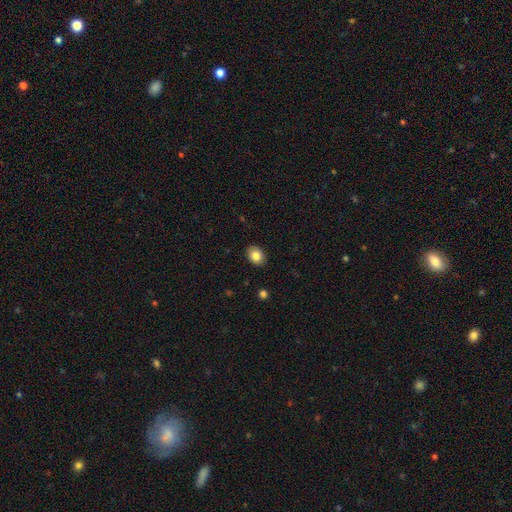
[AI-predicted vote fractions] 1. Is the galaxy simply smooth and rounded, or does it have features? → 84% smooth, 9% star or artifact, 7% featured or disk.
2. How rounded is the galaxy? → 65% in between, 34% round, 1% cigar-shaped.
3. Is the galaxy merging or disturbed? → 88% none, 9% minor disturbance, 2% major disturbance, 1% merger.